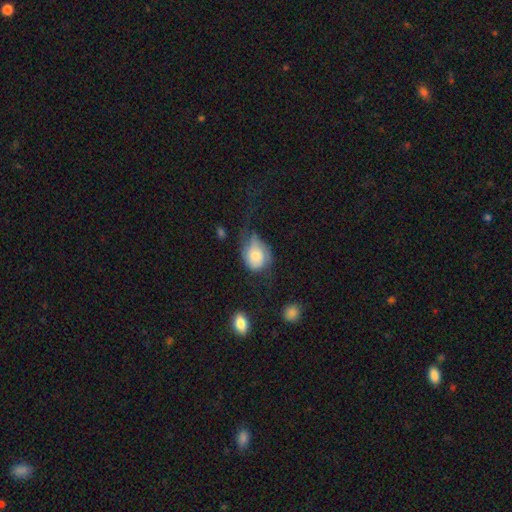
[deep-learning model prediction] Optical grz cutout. It shows a smooth galaxy with no disk features (65%) that is in between round and cigar-shaped (55%). Merging: major disturbance (39%).